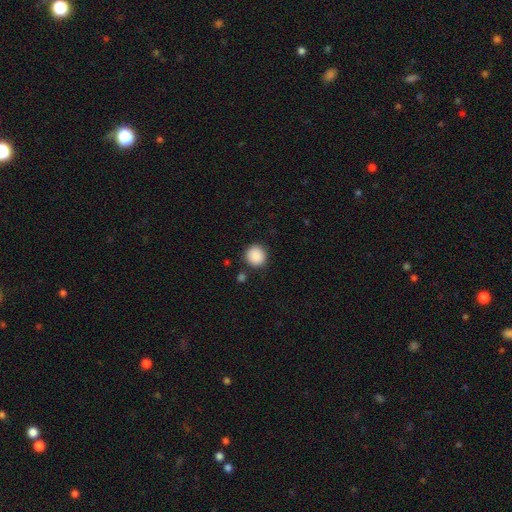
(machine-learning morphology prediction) The model was most divided on "merging": none: 87%, minor disturbance: 8%, major disturbance: 3%, merger: 2%. More confident: how rounded — round (91%); smooth or featured — smooth (89%).